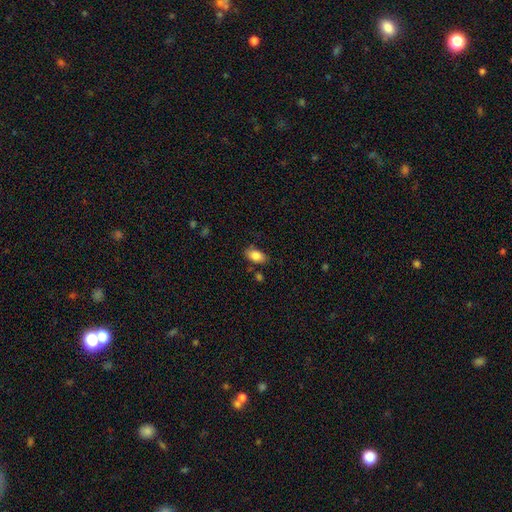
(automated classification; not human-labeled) smooth 84%, featured or disk 8%, star or artifact 8%. Down the decision tree: how rounded — in between (91%); merging — none (78%).